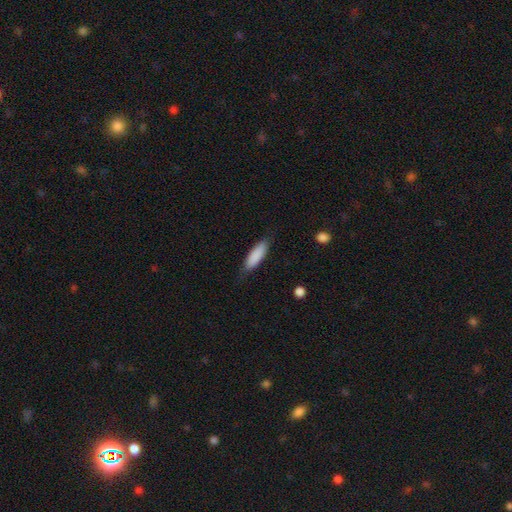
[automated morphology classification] Overall: smooth (87%). How rounded: cigar-shaped (55%; in between 44%). Merging: none (79%).